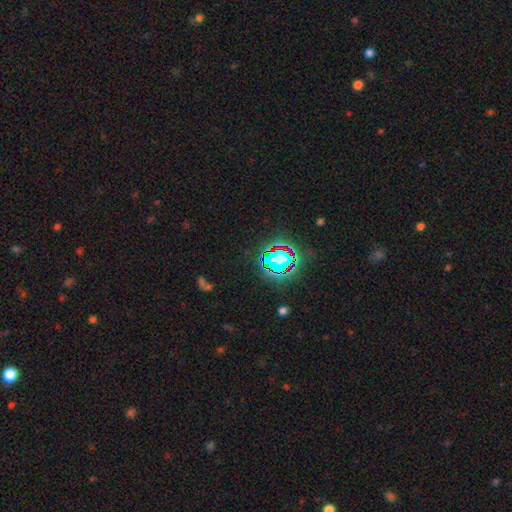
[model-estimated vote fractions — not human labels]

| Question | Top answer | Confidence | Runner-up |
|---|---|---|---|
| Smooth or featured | star or artifact | 78% | smooth (13%) |